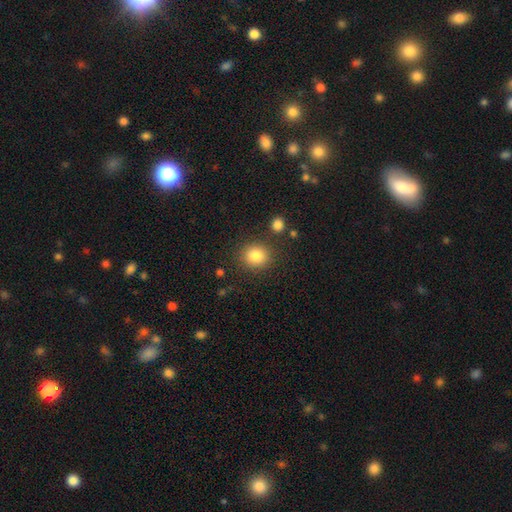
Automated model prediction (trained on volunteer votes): smooth 84%, star or artifact 10%, featured or disk 6%. Down the decision tree: how rounded — round (82%); merging — none (85%).